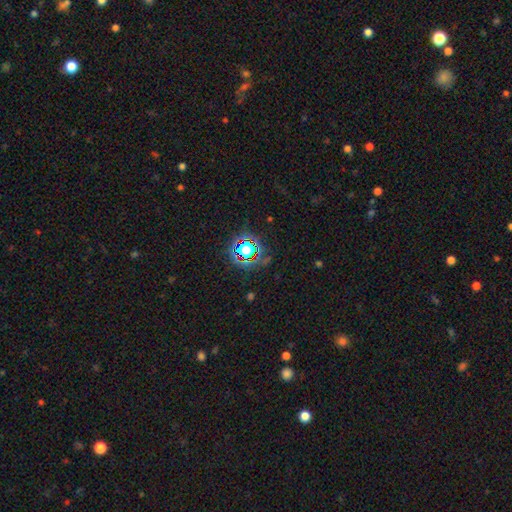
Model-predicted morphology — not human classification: A star or artifact, not a galaxy (78%).